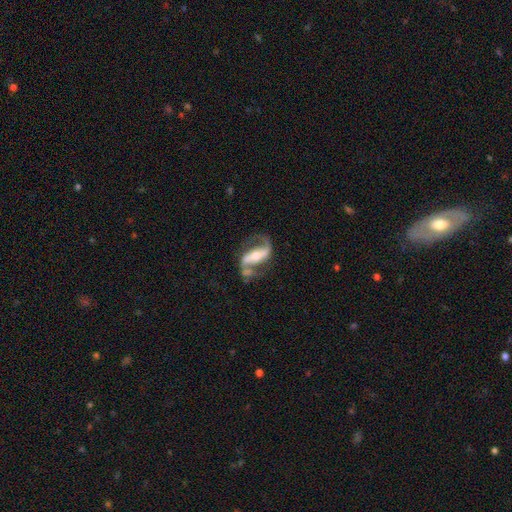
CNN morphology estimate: A featured or disk galaxy (86%) with a strong bar (57%), 2 (91%) loose (51%) spiral arms (94%) and a moderate central bulge (53%). Merging: none (63%).